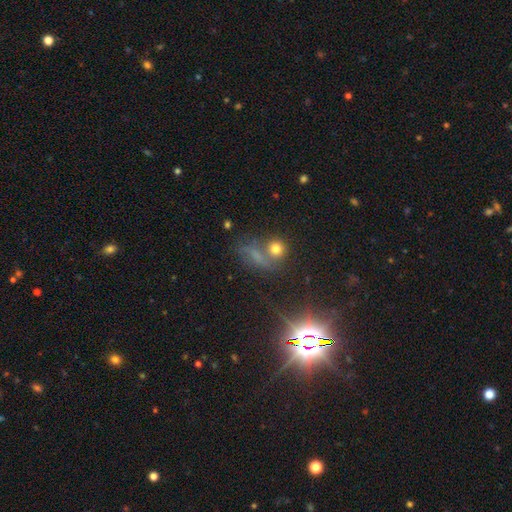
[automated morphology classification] type=star or artifact (41%, tied with smooth).